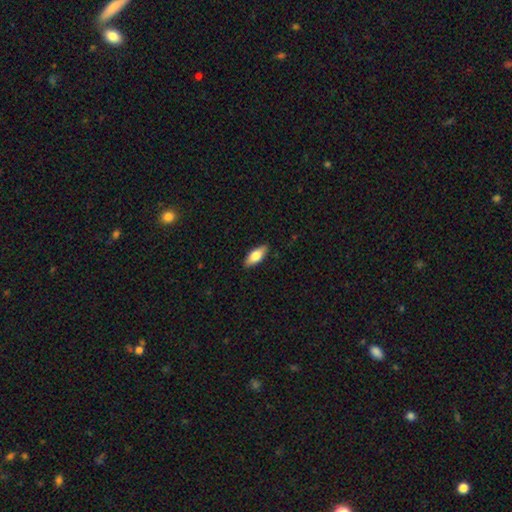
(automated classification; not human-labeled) This is likely a smooth galaxy (73%). How rounded: clearly in between (81%). Merging: clearly none (88%).